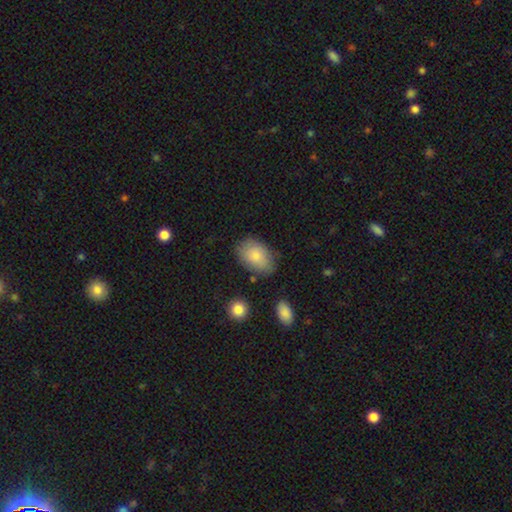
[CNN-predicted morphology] smooth_or_featured: smooth (p=0.81) [alt: featured or disk p=0.13]
how_rounded: in between (p=0.87) [alt: round p=0.12]
merging: none (p=0.74) [alt: minor disturbance p=0.19]